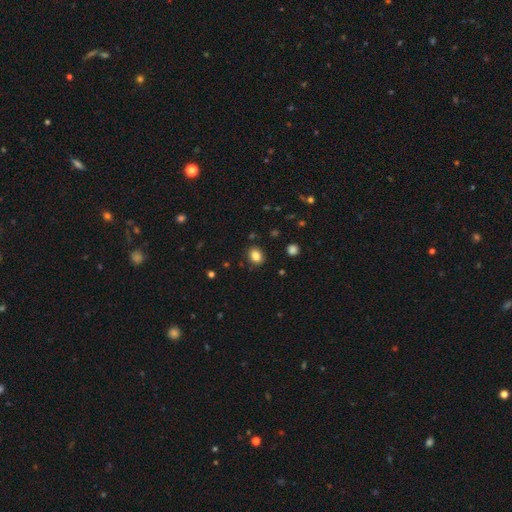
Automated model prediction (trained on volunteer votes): smooth-or-featured: smooth: 85% | star or artifact: 10% | featured or disk: 5%
  how-rounded: in between: 59% | round: 40% | cigar-shaped: 1%
  merging: none: 86% | minor disturbance: 10% | major disturbance: 3% | merger: 2%